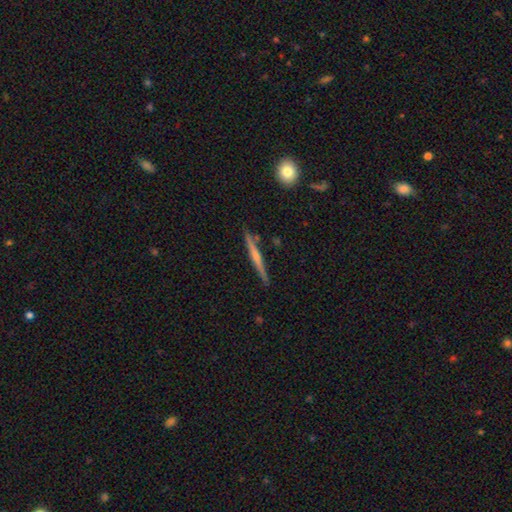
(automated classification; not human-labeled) This is likely a featured or disk galaxy (66%). It is clearly viewed edge-on (98%). Edge-on bulge: possibly rounded (55%). Merging: clearly none (88%).